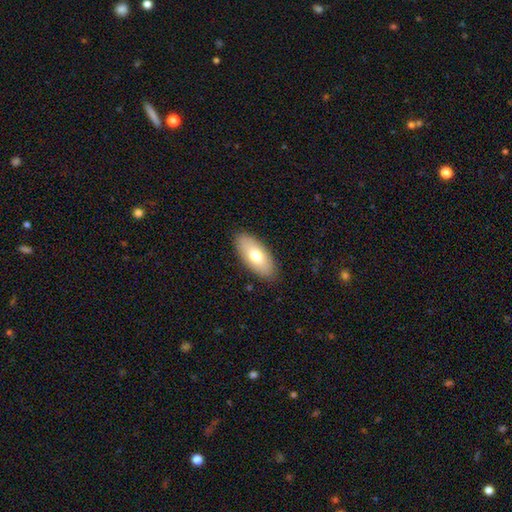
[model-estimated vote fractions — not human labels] Q: Smooth or featured?
A: smooth (72%); runner-up: featured or disk (22%)
Q: How rounded?
A: in between (87%); runner-up: cigar-shaped (11%)
Q: Merging?
A: none (88%); runner-up: minor disturbance (9%)